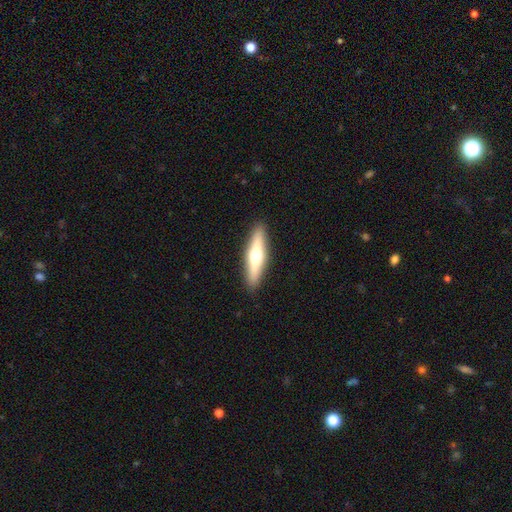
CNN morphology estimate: This is possibly a featured or disk galaxy (51%). It is clearly viewed edge-on (92%). Merging: clearly none (91%).